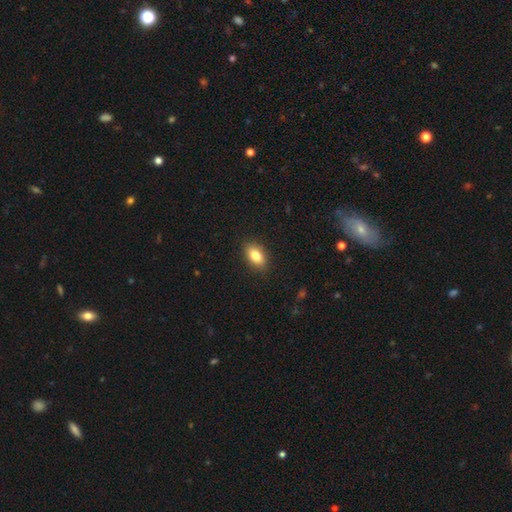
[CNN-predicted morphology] This appears to be a smooth galaxy with no disk features (84%) that is in between round and cigar-shaped (89%). Merging: none (88%).